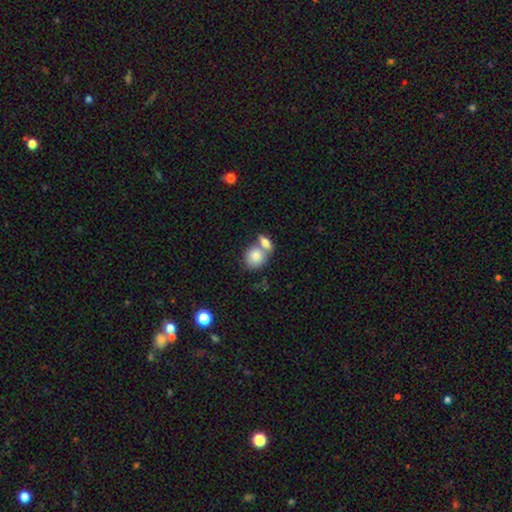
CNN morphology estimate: Overall: smooth (81%). How rounded: round (70%). Merging: merger (47%; none 40%).